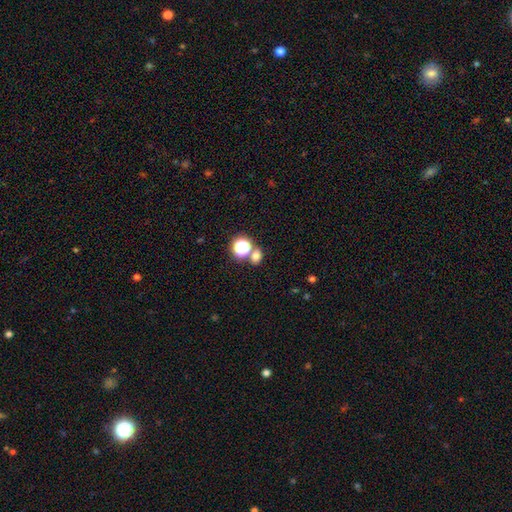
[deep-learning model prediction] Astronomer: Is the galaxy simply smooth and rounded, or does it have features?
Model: smooth — 69%.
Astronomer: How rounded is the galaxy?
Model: round — 55% (runner-up: in between, 44%).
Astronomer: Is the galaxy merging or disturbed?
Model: none — 64%.